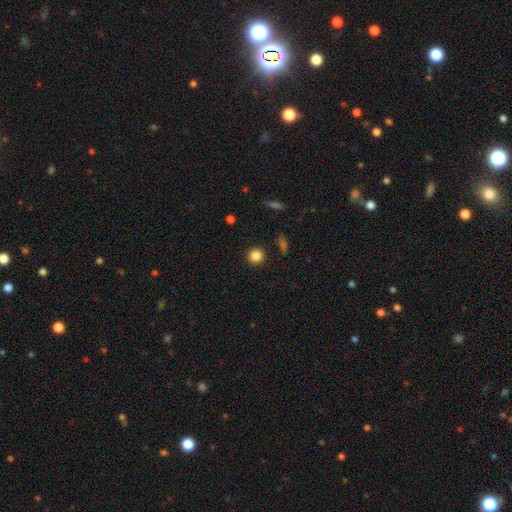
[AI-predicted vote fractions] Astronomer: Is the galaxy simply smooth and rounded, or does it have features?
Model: smooth — 85%.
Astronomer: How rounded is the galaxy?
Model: round — 93%.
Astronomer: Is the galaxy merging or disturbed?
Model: none — 91%.